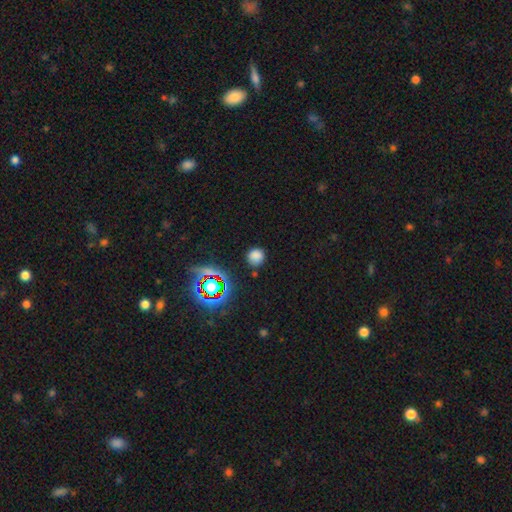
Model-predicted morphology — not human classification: Smooth or featured?
  - smooth: 74% *
  - star or artifact: 20%
  - featured or disk: 6%
How rounded?
  - round: 89% *
  - in between: 10%
  - cigar-shaped: 1%
Merging?
  - none: 83% *
  - minor disturbance: 11%
  - major disturbance: 3%
  - merger: 3%